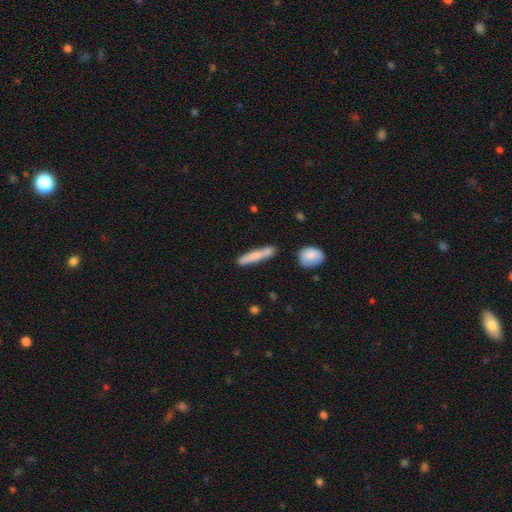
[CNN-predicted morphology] Smooth or featured? Predicted: smooth (p=0.73). How rounded? Predicted: cigar-shaped (p=0.92). Merging? Predicted: none (p=0.80).